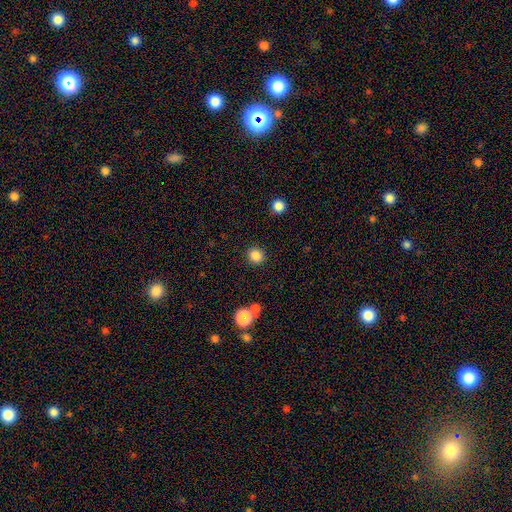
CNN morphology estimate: type=smooth (85%); roundness=round (87%); merging=none (89%).